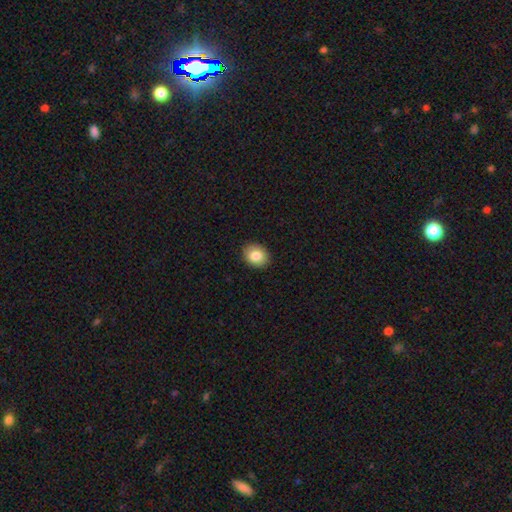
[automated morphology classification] smooth_or_featured: smooth (p=0.84) [alt: star or artifact p=0.08]
how_rounded: round (p=0.55) [alt: in between p=0.44]
merging: none (p=0.90) [alt: minor disturbance p=0.07]